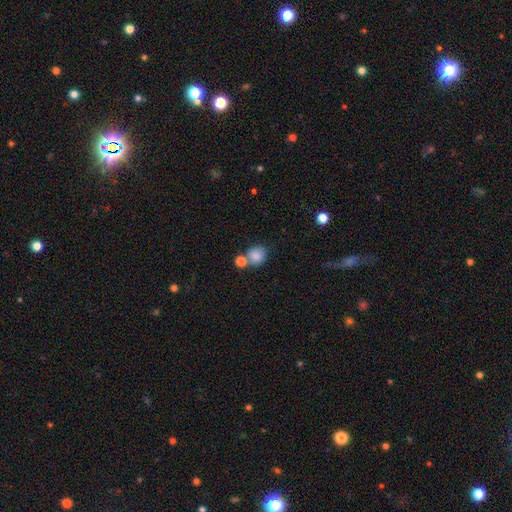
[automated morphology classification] The model was most divided on "merging": none: 52%, merger: 32%, minor disturbance: 12%, major disturbance: 5%. More confident: smooth or featured — smooth (84%); how rounded — round (73%).